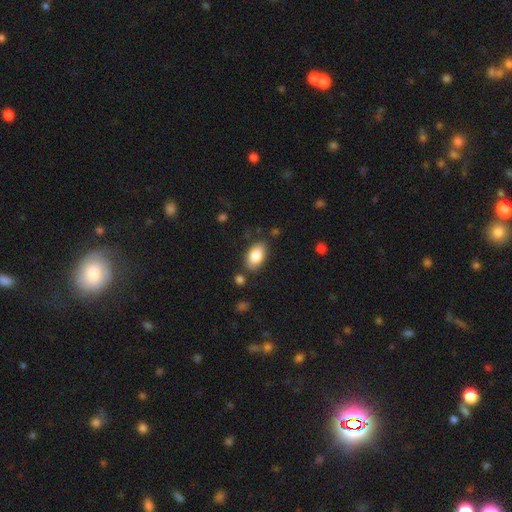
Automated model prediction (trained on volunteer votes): Q: Smooth or featured?
A: smooth (83%); runner-up: featured or disk (10%)
Q: How rounded?
A: in between (93%); runner-up: round (5%)
Q: Merging?
A: none (82%); runner-up: minor disturbance (12%)